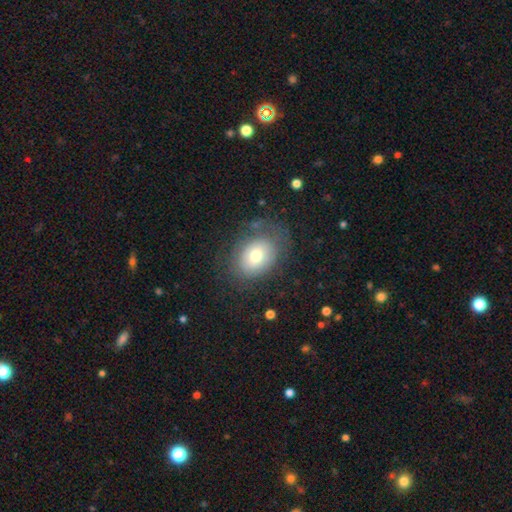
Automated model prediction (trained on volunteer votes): Morphology: type=smooth (66%); roundness=in between (62%); merging=none (69%).